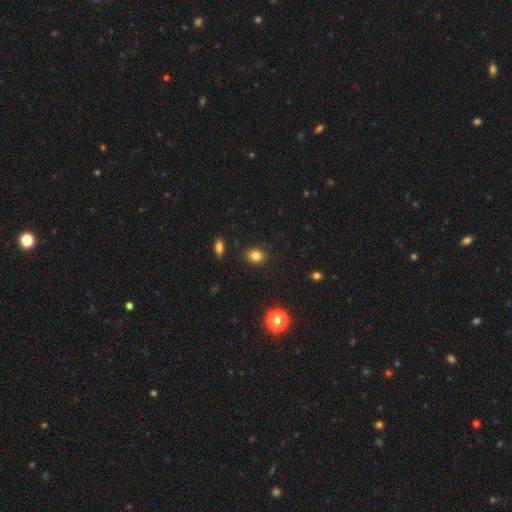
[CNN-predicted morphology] A smooth galaxy with no disk features (82%) that is in between round and cigar-shaped (50%).

Vote fractions:
- Smooth or featured? smooth: 82% / star or artifact: 12% / featured or disk: 6%
- How rounded? in between: 50% / round: 49% / cigar-shaped: 1%
- Merging? none: 88% / minor disturbance: 9% / major disturbance: 2% / merger: 2%